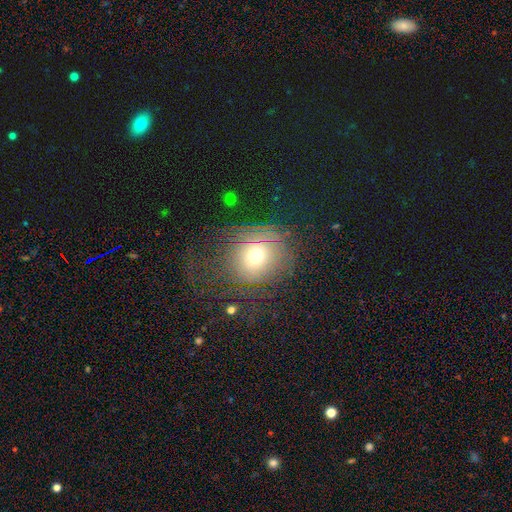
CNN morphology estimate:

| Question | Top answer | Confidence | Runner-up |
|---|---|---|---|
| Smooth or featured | smooth | 63% | featured or disk (22%) |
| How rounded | round | 83% | in between (16%) |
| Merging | none | 58% | major disturbance (24%) |